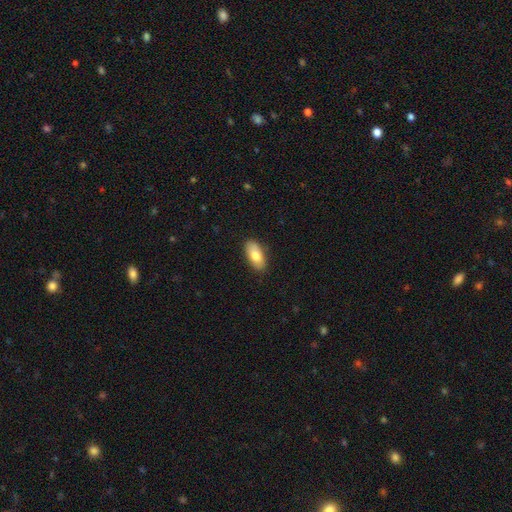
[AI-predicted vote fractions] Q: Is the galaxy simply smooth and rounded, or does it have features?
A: smooth — 77%.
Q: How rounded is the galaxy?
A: in between — 89%.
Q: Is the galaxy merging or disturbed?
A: none — 87%.